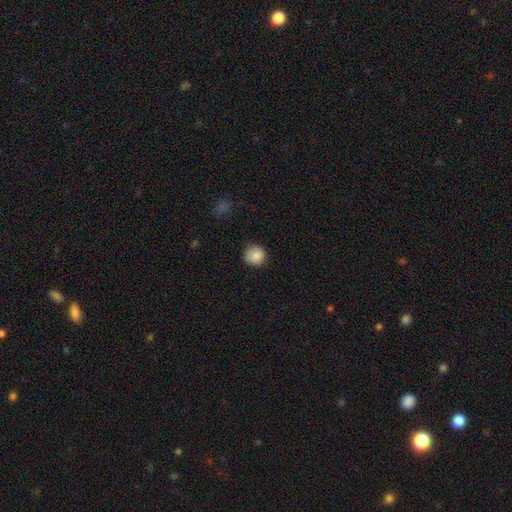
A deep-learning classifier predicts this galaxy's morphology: A smooth galaxy with no disk features (86%) that is round (91%). Merging: none (80%).